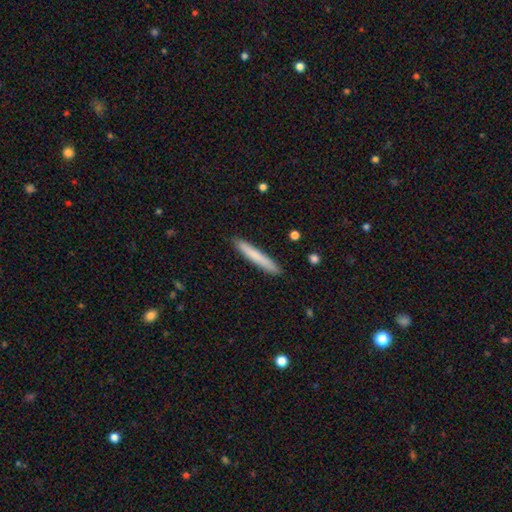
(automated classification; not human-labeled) smooth 76%, featured or disk 18%, star or artifact 6%. Down the decision tree: how rounded — cigar-shaped (95%); merging — none (90%).